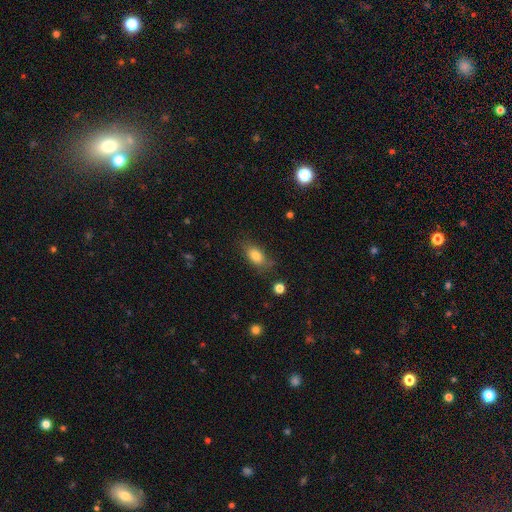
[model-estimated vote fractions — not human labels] Smooth or featured? smooth (80%)
How rounded? in between (86%)
Merging? none (74%)